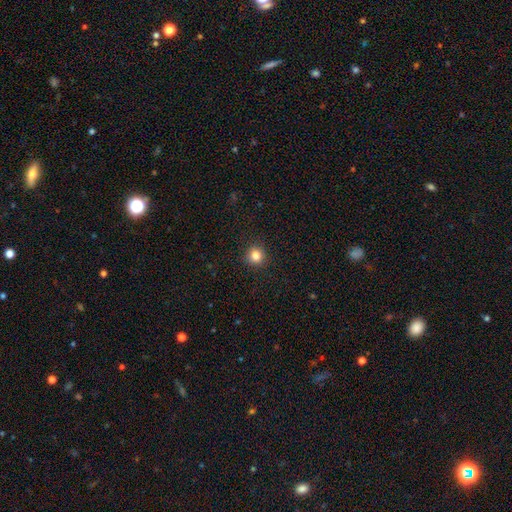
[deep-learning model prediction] Smooth or featured: smooth — 83% (star or artifact — 12%)
How rounded: round — 93% (in between — 6%)
Merging: none — 92% (minor disturbance — 5%)